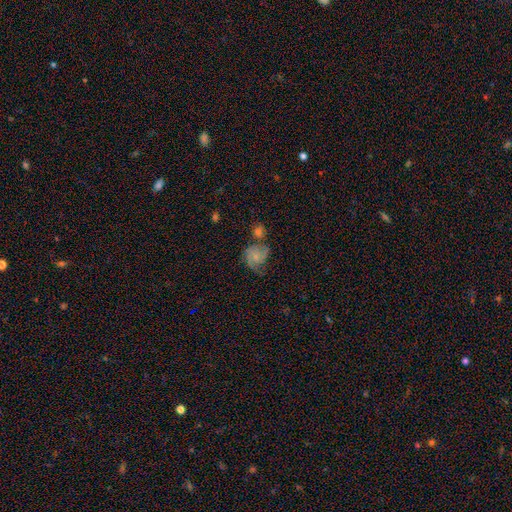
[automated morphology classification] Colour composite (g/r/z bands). It shows a featured or disk galaxy (61%) with no bar (73%), 2 (49%) medium (44%) spiral arms (90%) and a small central bulge (63%). Merging: none (44%).